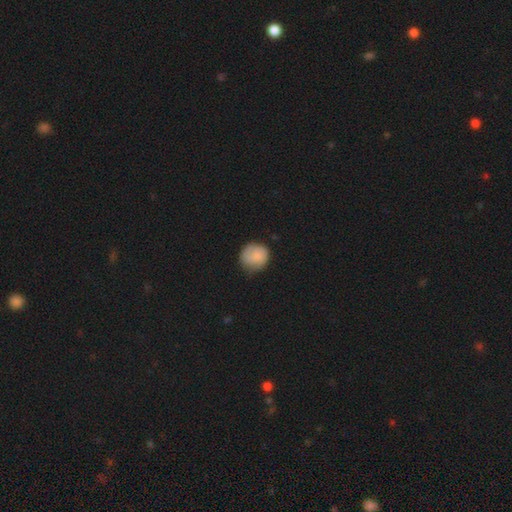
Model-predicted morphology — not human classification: type=smooth (79%); roundness=round (82%); merging=none (64%).